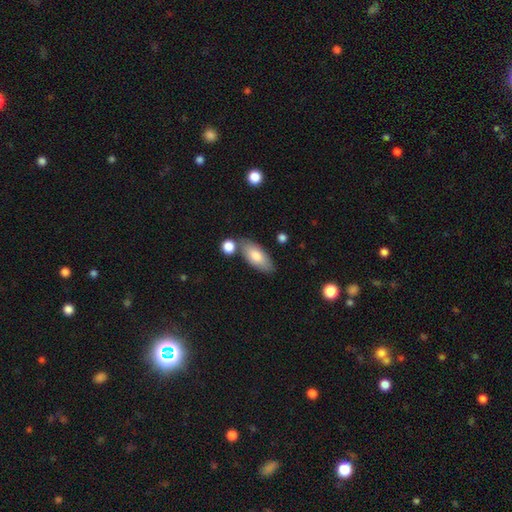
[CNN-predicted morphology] Smooth or featured? Predicted: smooth (p=0.78). How rounded? Predicted: in between (p=0.85). Merging? Predicted: none (p=0.69).